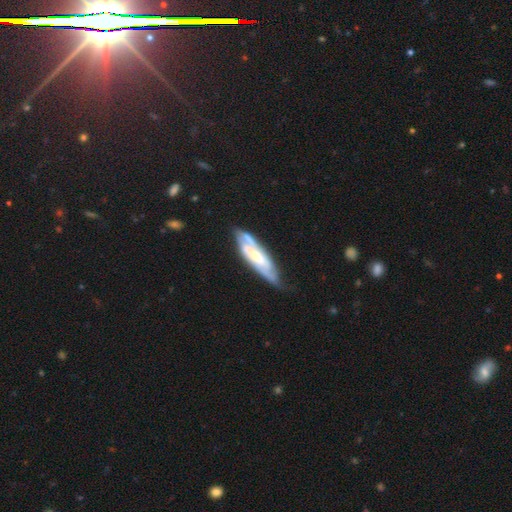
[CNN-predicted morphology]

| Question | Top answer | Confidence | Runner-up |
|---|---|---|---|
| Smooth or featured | featured or disk | 72% | smooth (22%) |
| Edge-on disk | no | 76% | yes (24%) |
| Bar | no | 46% | weak (33%) |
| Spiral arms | yes | 84% | no (16%) |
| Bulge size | small | 46% | moderate (45%) |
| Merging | none | 57% | minor disturbance (28%) |